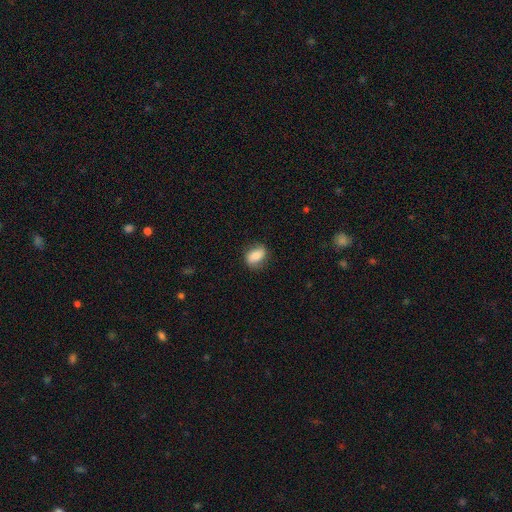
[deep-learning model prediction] Overall: smooth (76%). How rounded: in between (80%). Merging: none (77%).